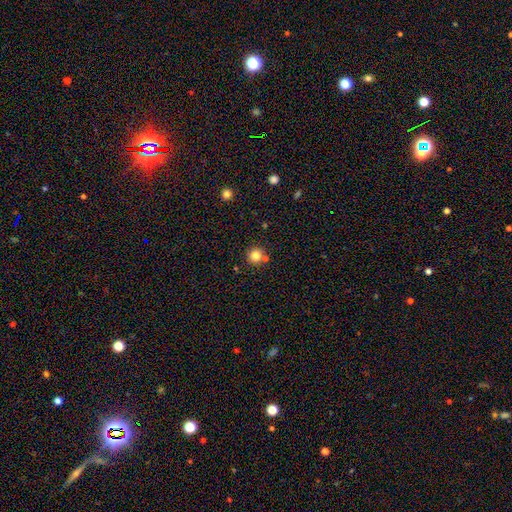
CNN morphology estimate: This appears to be a smooth galaxy with no disk features (81%) that is round (93%). Merging: none (76%).